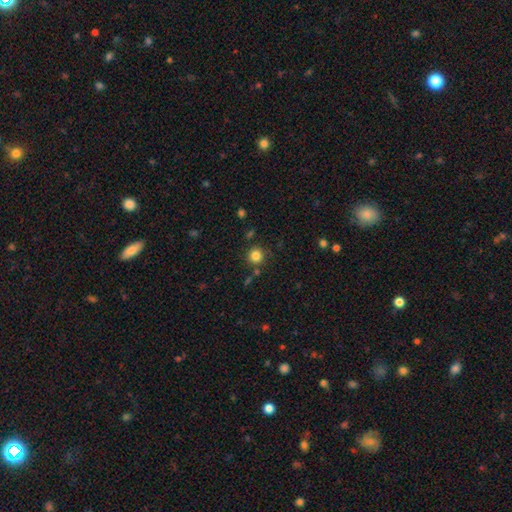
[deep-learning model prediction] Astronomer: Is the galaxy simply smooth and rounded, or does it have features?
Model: smooth — 83%.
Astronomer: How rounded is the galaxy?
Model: round — 93%.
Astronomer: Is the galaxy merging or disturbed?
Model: none — 83%.